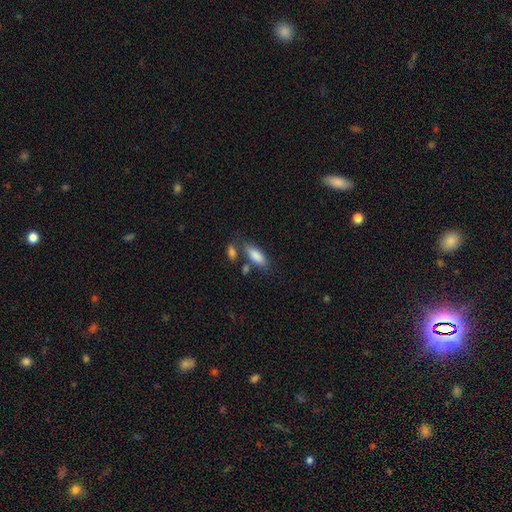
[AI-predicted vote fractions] smooth-or-featured: smooth: 84% | featured or disk: 9% | star or artifact: 7%
  how-rounded: in between: 72% | cigar-shaped: 26% | round: 2%
  merging: none: 63% | minor disturbance: 17% | merger: 15% | major disturbance: 6%